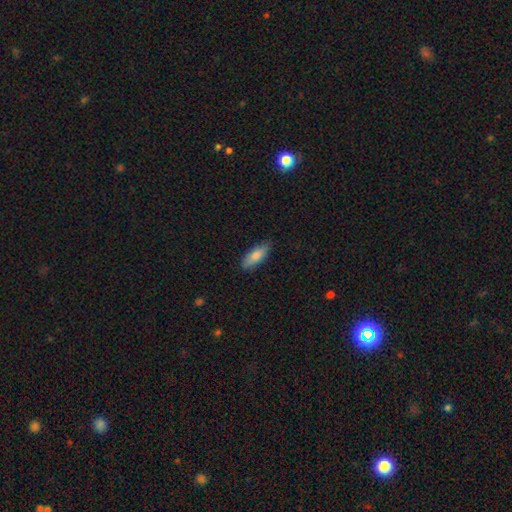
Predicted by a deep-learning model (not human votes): Morphology: type=smooth (81%); roundness=in between (66%); merging=none (80%).